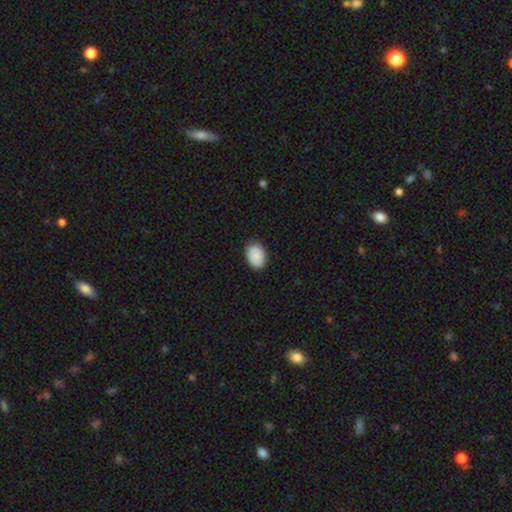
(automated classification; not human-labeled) A smooth galaxy with no disk features (90%) that is in between round and cigar-shaped (81%).

Vote fractions:
- Smooth or featured? smooth: 90% / star or artifact: 6% / featured or disk: 4%
- How rounded? in between: 81% / round: 18% / cigar-shaped: 1%
- Merging? none: 86% / minor disturbance: 11% / major disturbance: 2% / merger: 1%